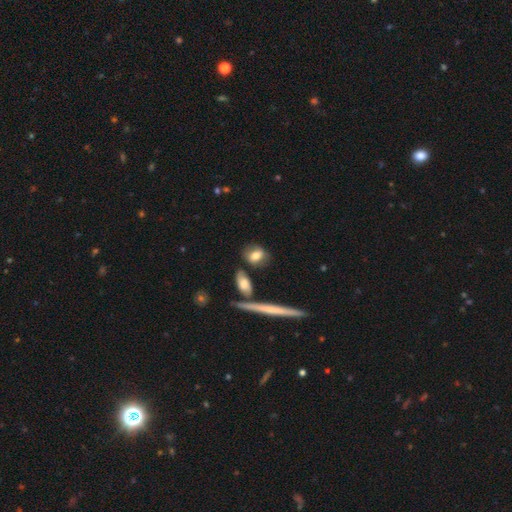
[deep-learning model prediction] This appears to be a smooth galaxy with no disk features (73%) that is in between round and cigar-shaped (62%). Merging: none (70%).